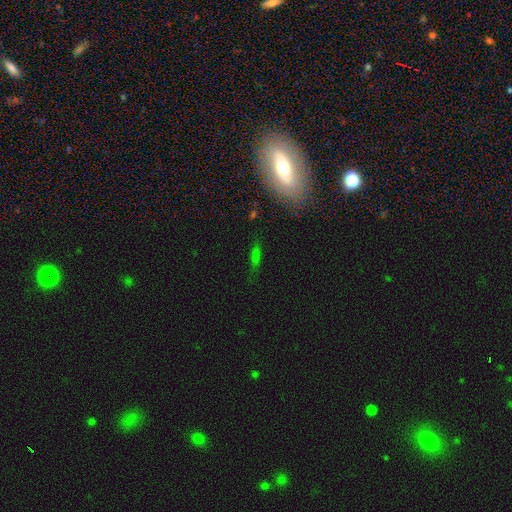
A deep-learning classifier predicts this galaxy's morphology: A smooth galaxy with no disk features (58%) that is cigar-shaped (61%). Merging: none (77%).